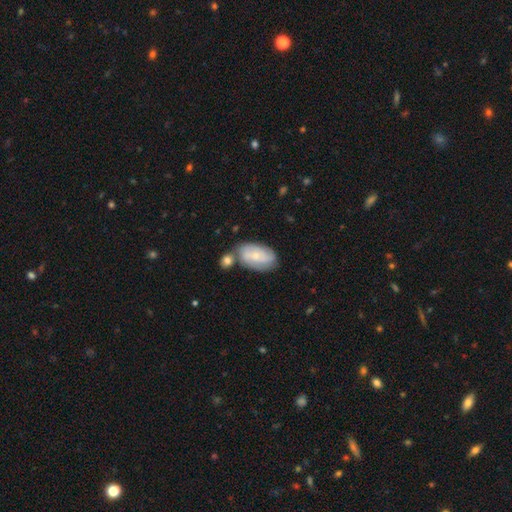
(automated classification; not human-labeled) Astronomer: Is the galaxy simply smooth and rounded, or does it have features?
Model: featured or disk — 51% (runner-up: smooth, 42%).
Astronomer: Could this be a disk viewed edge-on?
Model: no — 94%.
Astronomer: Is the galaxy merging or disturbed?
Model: none — 52%.